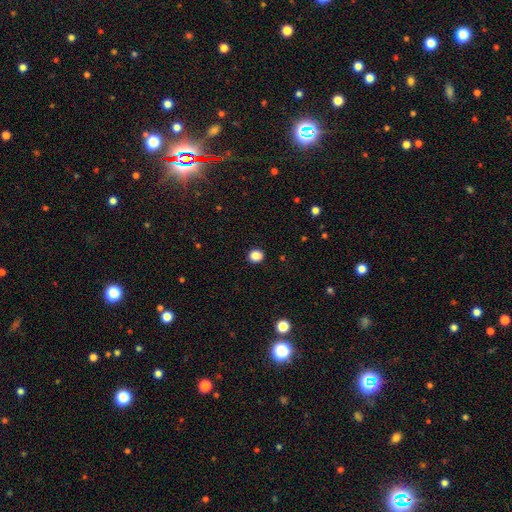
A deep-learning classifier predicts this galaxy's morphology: Q: Smooth or featured?
A: smooth (86%); runner-up: star or artifact (11%)
Q: How rounded?
A: round (81%); runner-up: in between (18%)
Q: Merging?
A: none (89%); runner-up: minor disturbance (8%)